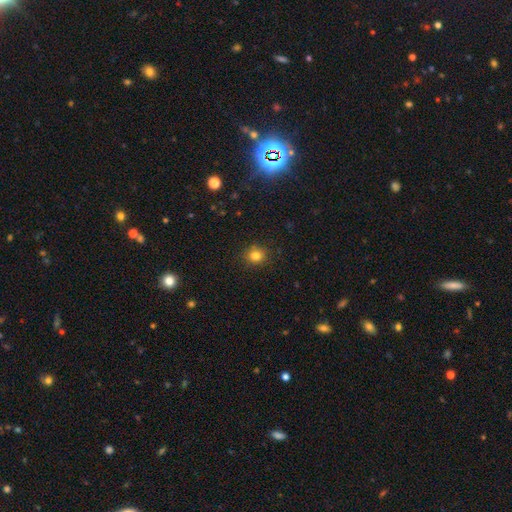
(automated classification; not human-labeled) Morphology: type=smooth (82%); roundness=round (84%); merging=none (89%).